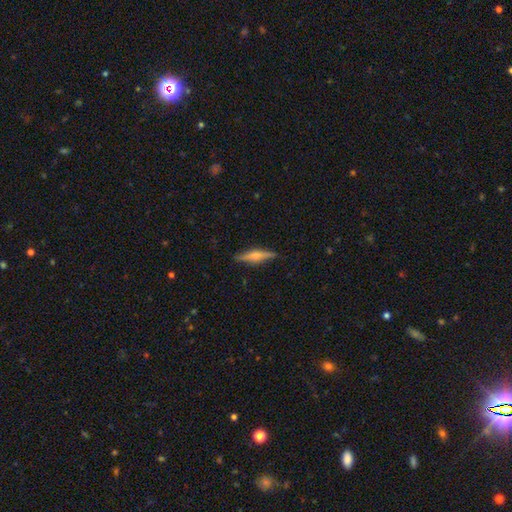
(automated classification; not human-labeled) This appears to be a featured or disk galaxy (58%) viewed edge-on (96%) with a rounded central bulge (77%). Merging: none (86%).